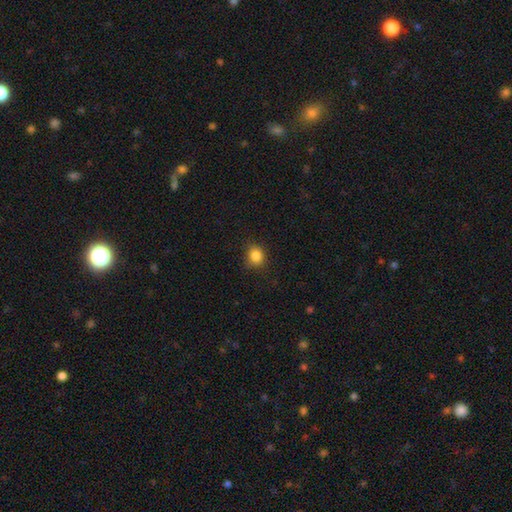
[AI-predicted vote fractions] smooth_or_featured: smooth (p=0.85) [alt: star or artifact p=0.11]
how_rounded: round (p=0.74) [alt: in between p=0.25]
merging: none (p=0.82) [alt: minor disturbance p=0.14]